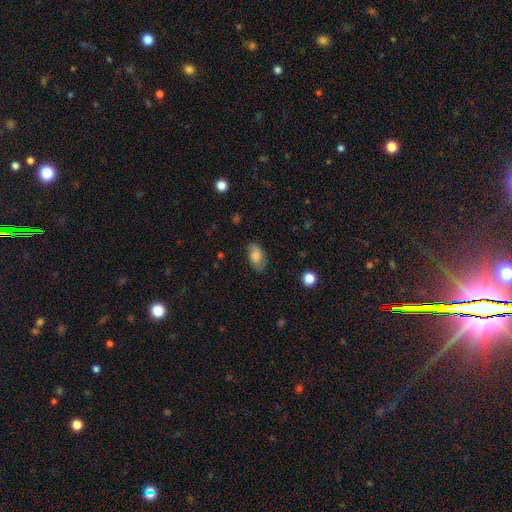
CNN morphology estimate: smooth_or_featured: smooth (p=0.77) [alt: featured or disk p=0.16]
how_rounded: in between (p=0.91) [alt: round p=0.06]
merging: none (p=0.74) [alt: minor disturbance p=0.20]